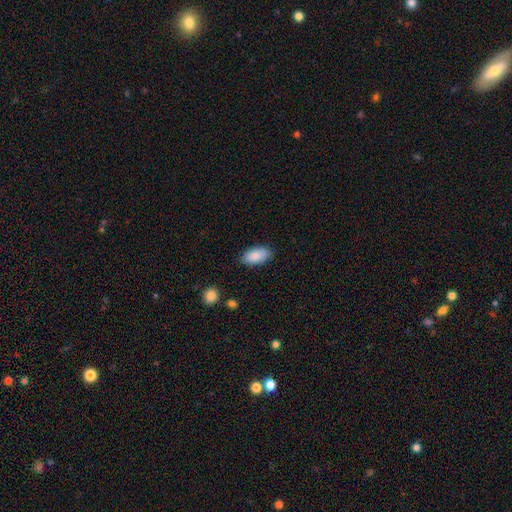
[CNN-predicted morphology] smooth 88%, star or artifact 6%, featured or disk 5%. Down the decision tree: how rounded — in between (93%); merging — none (82%).